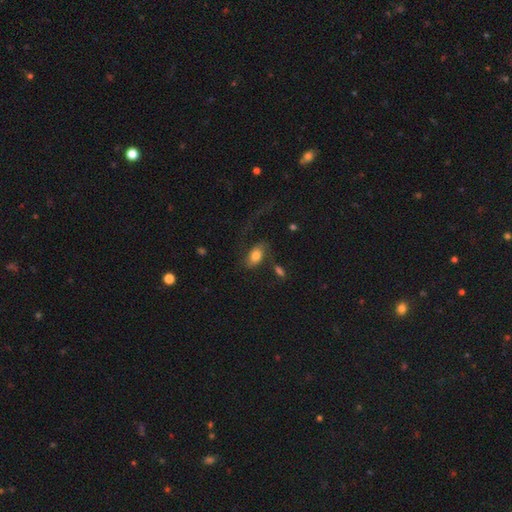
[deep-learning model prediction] Q: Smooth or featured?
A: smooth (65%); runner-up: featured or disk (26%)
Q: How rounded?
A: in between (90%); runner-up: round (6%)
Q: Merging?
A: none (45%); runner-up: major disturbance (29%)